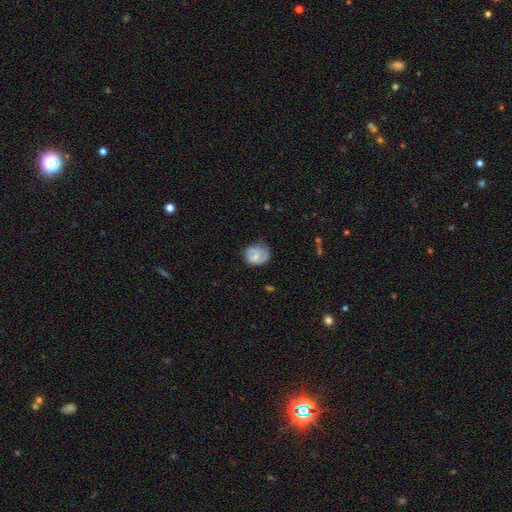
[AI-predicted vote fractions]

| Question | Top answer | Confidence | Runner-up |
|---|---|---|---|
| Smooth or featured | smooth | 50% | featured or disk (42%) |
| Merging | none | 48% | minor disturbance (33%) |